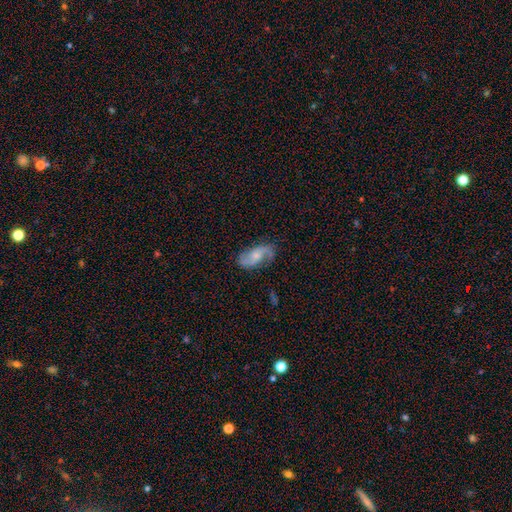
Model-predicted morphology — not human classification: Smooth or featured: featured or disk — 71% (smooth — 23%)
Edge-on disk: no — 95% (yes — 5%)
Bar: no — 60% (weak — 32%)
Spiral arms: yes — 93% (no — 7%)
Spiral winding: loose — 44% (medium — 40%)
Spiral arm count: 2 — 85% (can't tell — 6%)
Bulge size: small — 51% (moderate — 36%)
Merging: none — 72% (minor disturbance — 19%)